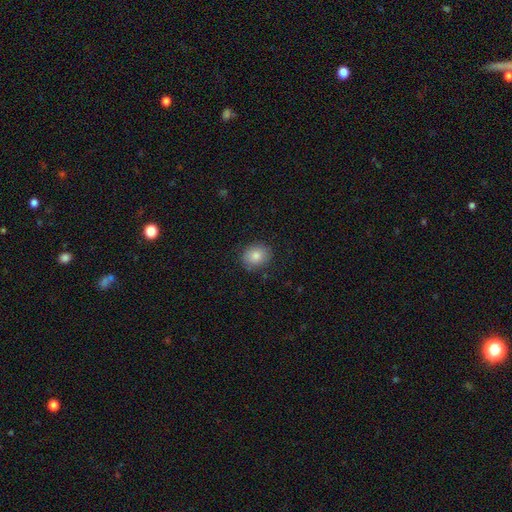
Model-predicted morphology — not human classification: smooth-or-featured: smooth: 84% | star or artifact: 9% | featured or disk: 8%
  how-rounded: round: 57% | in between: 42% | cigar-shaped: 1%
  merging: none: 85% | minor disturbance: 11% | major disturbance: 3% | merger: 1%